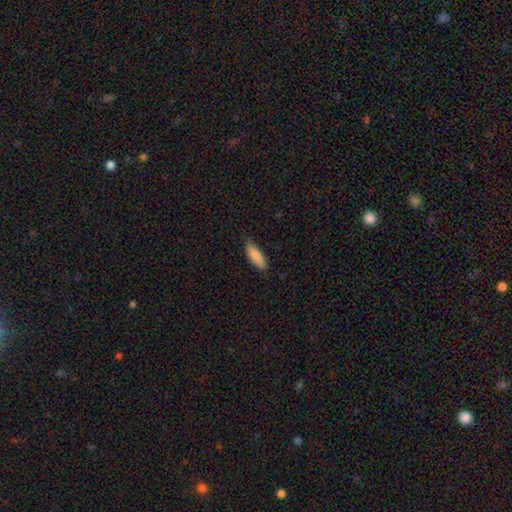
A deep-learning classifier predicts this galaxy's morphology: Smooth or featured: smooth — 86% (featured or disk — 8%)
How rounded: in between — 51% (cigar-shaped — 48%)
Merging: none — 80% (minor disturbance — 16%)